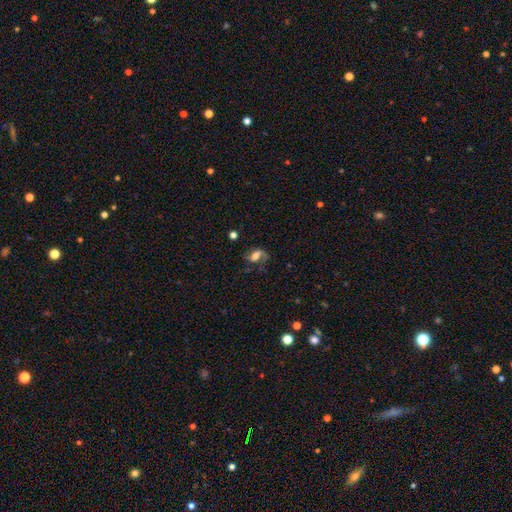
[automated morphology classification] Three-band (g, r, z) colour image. It shows a featured or disk galaxy (52%). Merging: none (46%).